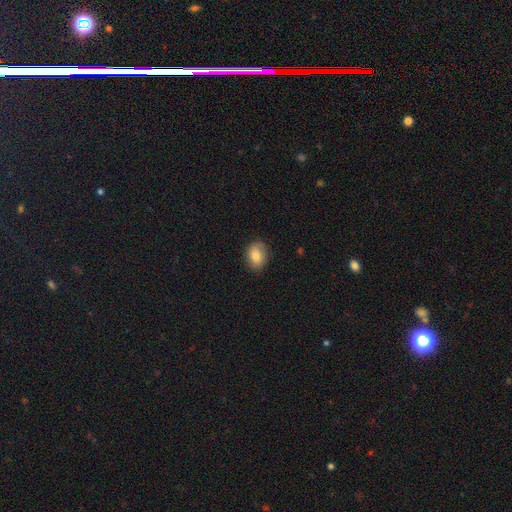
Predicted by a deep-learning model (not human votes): Smooth or featured? Predicted: smooth (p=0.77). How rounded? Predicted: in between (p=0.64). Merging? Predicted: none (p=0.80).